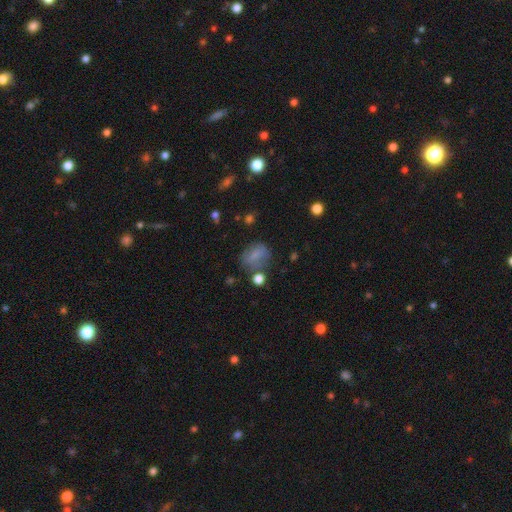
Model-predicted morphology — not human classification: The model was most divided on "how rounded": in between: 57%, round: 40%, cigar-shaped: 2%. More confident: smooth or featured — smooth (67%); merging — none (54%).